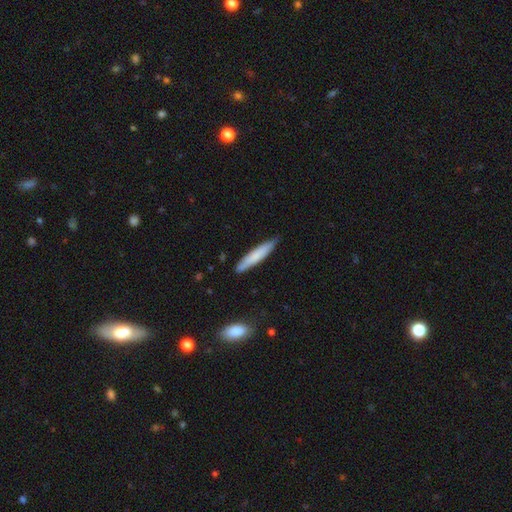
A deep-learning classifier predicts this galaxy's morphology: A smooth galaxy with no disk features (73%) that is cigar-shaped (91%). Merging: none (82%).